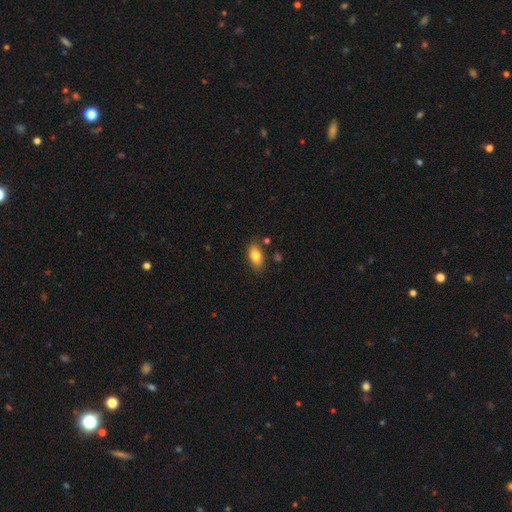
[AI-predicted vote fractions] smooth_or_featured: smooth (p=0.81) [alt: featured or disk p=0.11]
how_rounded: in between (p=0.90) [alt: round p=0.06]
merging: none (p=0.82) [alt: minor disturbance p=0.12]